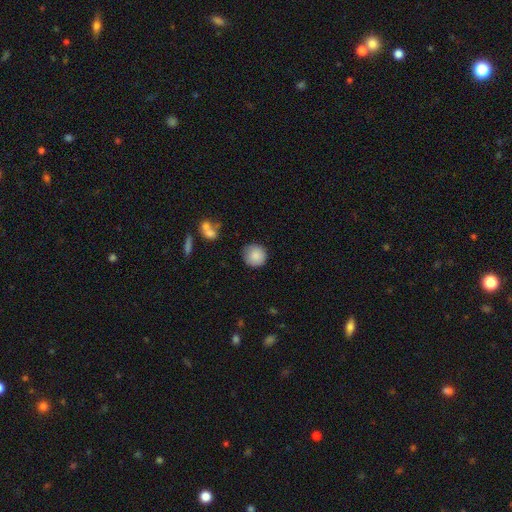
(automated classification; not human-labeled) smooth-or-featured: smooth: 86% | star or artifact: 8% | featured or disk: 6%
  how-rounded: round: 94% | in between: 5% | cigar-shaped: 1%
  merging: none: 85% | minor disturbance: 10% | major disturbance: 2% | merger: 2%